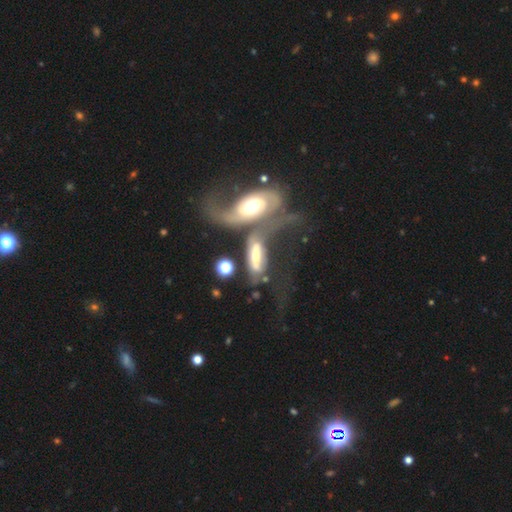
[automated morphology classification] Smooth or featured? Predicted: featured or disk (p=0.65). Edge-on disk? Predicted: no (p=0.73). Merging? Predicted: merger (p=0.57).